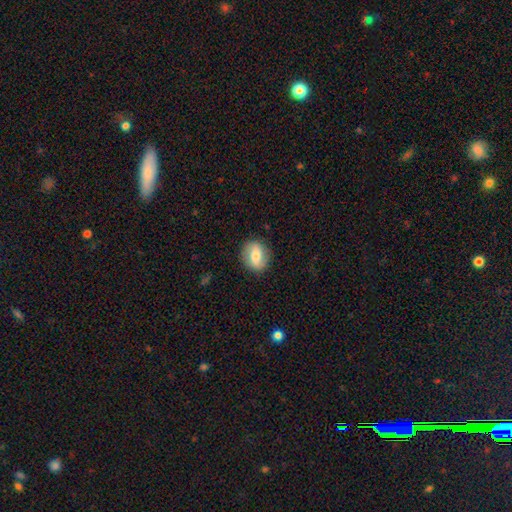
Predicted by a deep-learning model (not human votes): This is likely a smooth galaxy (61%). How rounded: possibly round (60%). Merging: clearly none (86%).